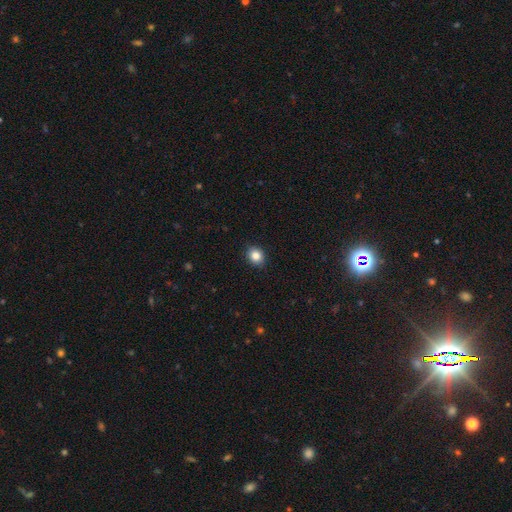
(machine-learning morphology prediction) Overall: smooth (85%). How rounded: round (54%; in between 45%). Merging: none (90%).